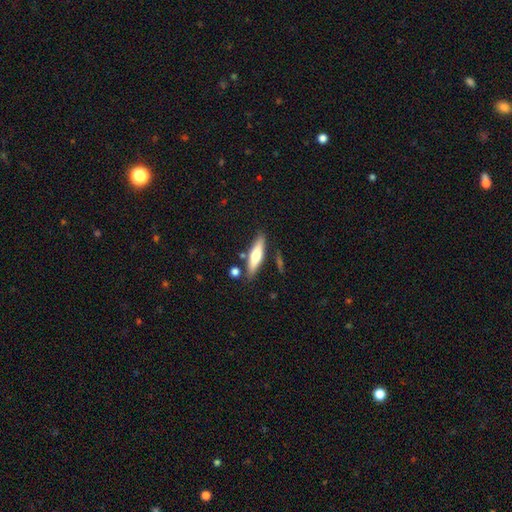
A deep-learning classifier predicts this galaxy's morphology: The model was most divided on "smooth or featured": smooth: 53%, featured or disk: 42%, star or artifact: 6%. More confident: merging — none (80%); how rounded — cigar-shaped (69%).